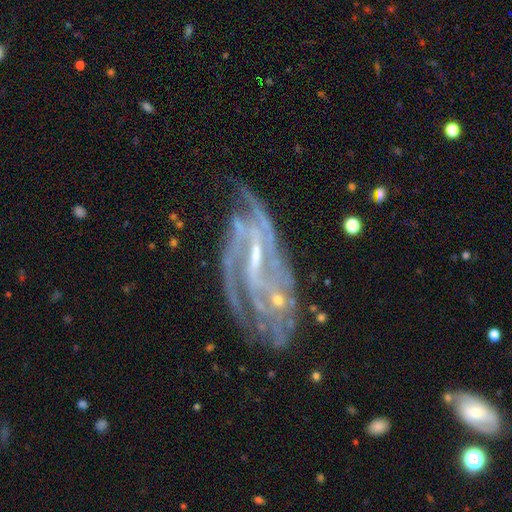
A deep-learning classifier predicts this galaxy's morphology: Smooth or featured: featured or disk — 85% (star or artifact — 9%)
Edge-on disk: no — 93% (yes — 7%)
Bar: weak — 40% (strong — 36%)
Spiral arms: yes — 95% (no — 5%)
Spiral winding: tight — 51% (medium — 37%)
Spiral arm count: 2 — 27% (can't tell — 23%)
Bulge size: small — 74% (moderate — 15%)
Merging: none — 65% (minor disturbance — 19%)